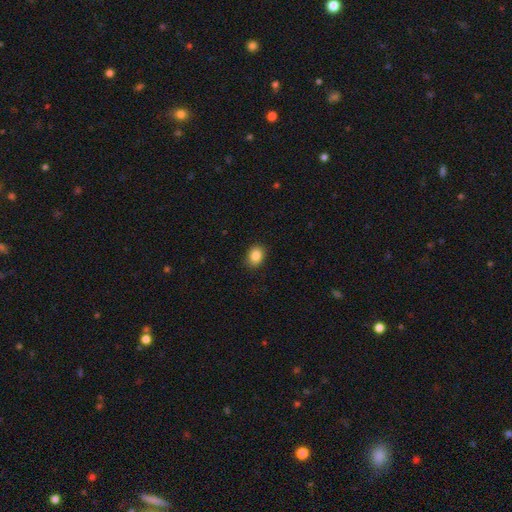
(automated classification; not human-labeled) This is clearly a smooth galaxy (86%). How rounded: possibly in between (54%). Merging: clearly none (89%).